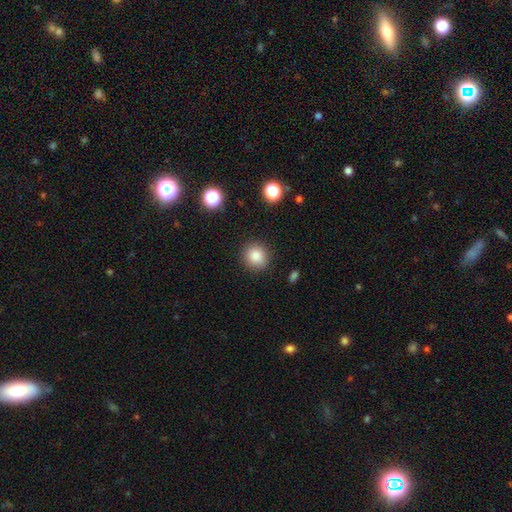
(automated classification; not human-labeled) smooth_or_featured: smooth (p=0.85) [alt: star or artifact p=0.10]
how_rounded: round (p=0.88) [alt: in between p=0.11]
merging: none (p=0.89) [alt: minor disturbance p=0.07]